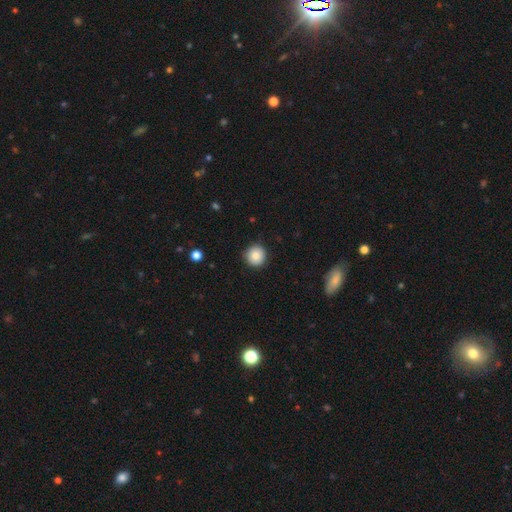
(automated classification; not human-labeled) Overall: smooth (86%). How rounded: round (94%). Merging: none (90%).